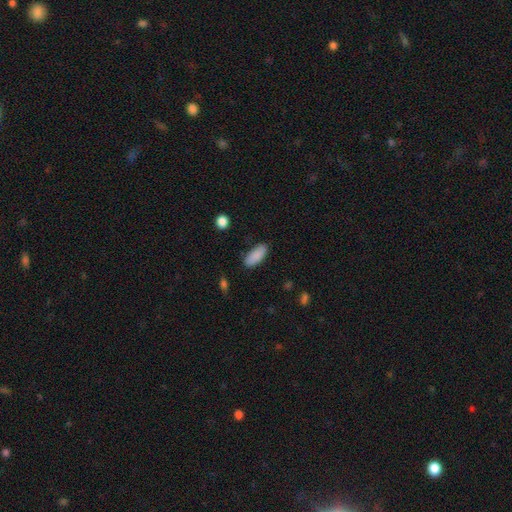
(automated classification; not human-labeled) smooth-or-featured: smooth: 89% | star or artifact: 6% | featured or disk: 5%
  how-rounded: in between: 85% | cigar-shaped: 13% | round: 2%
  merging: none: 85% | minor disturbance: 11% | major disturbance: 2% | merger: 2%